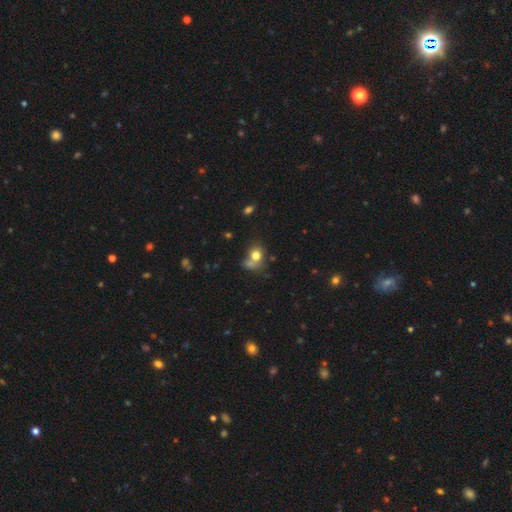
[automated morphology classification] smooth_or_featured: smooth (p=0.76) [alt: featured or disk p=0.12]
how_rounded: round (p=0.57) [alt: in between p=0.42]
merging: none (p=0.42) [alt: merger p=0.29]